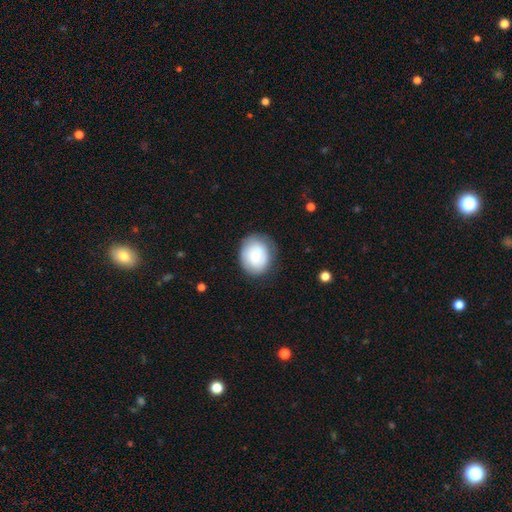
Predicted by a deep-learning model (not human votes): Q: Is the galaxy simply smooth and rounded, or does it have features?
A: smooth — 74%.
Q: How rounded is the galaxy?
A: round — 62%.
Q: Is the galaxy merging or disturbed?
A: none — 73%.